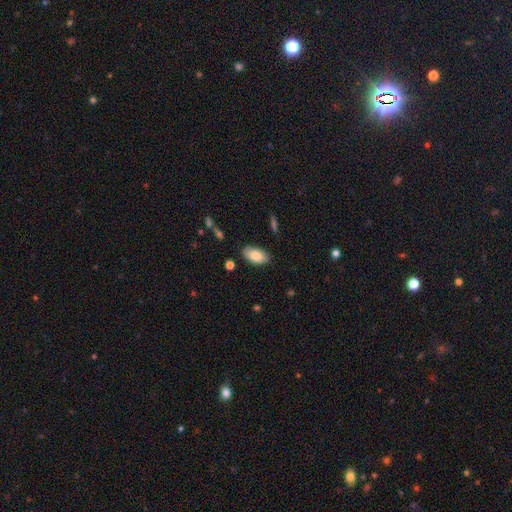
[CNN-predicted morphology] Smooth or featured? Predicted: smooth (p=0.83). How rounded? Predicted: in between (p=0.94). Merging? Predicted: none (p=0.84).